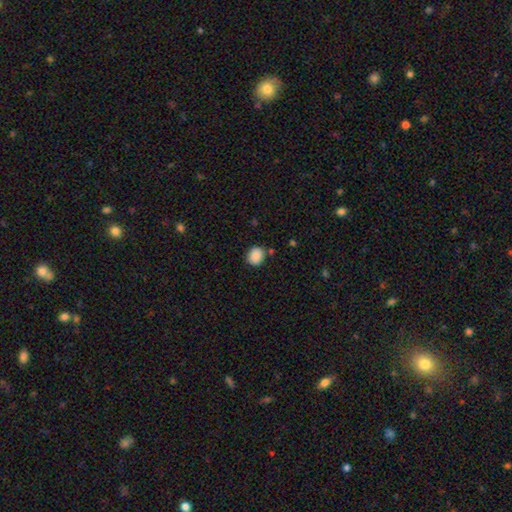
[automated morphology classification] smooth_or_featured: smooth (p=0.88) [alt: star or artifact p=0.08]
how_rounded: round (p=0.70) [alt: in between p=0.29]
merging: none (p=0.78) [alt: minor disturbance p=0.14]